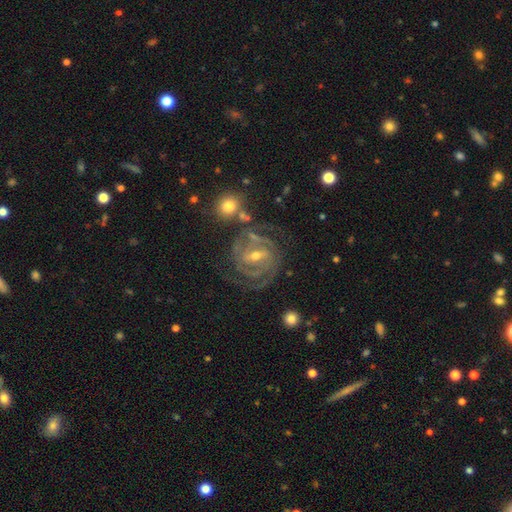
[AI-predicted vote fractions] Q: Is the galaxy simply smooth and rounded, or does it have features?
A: featured or disk — 91%.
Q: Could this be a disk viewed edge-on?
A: no — 97%.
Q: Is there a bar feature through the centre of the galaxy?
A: strong — 46%.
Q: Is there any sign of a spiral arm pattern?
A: yes — 97%.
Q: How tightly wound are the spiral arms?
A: tight — 65%.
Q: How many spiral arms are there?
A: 2 — 38%.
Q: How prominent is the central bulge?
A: moderate — 50%.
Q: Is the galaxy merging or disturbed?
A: none — 72%.